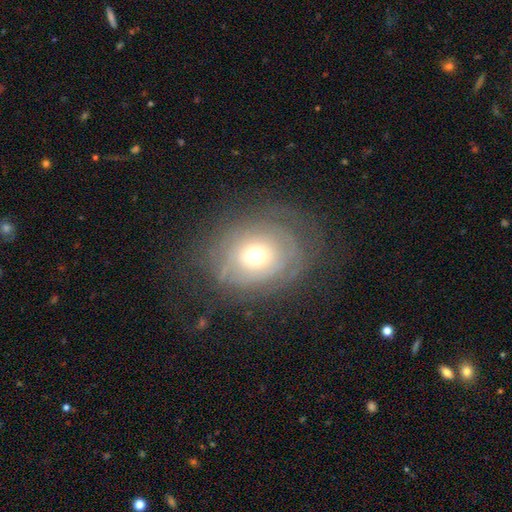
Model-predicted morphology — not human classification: featured or disk 56%, smooth 34%, star or artifact 10%. Down the decision tree: edge-on disk — no (94%); bar — no (83%); spiral arms — yes (61%); bulge size — moderate (58%); merging — none (66%).